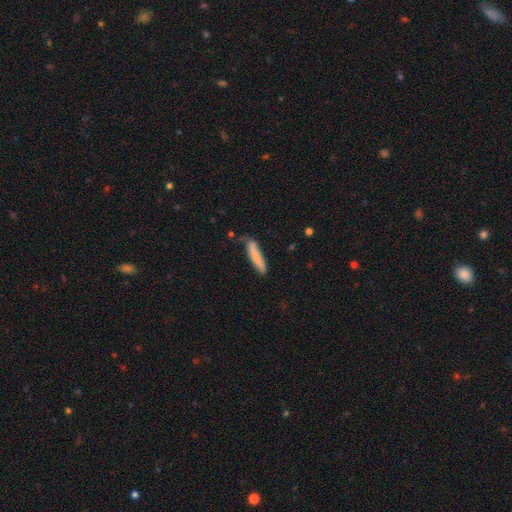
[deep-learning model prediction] This is likely a smooth galaxy (75%). How rounded: clearly cigar-shaped (86%). Merging: likely none (67%).